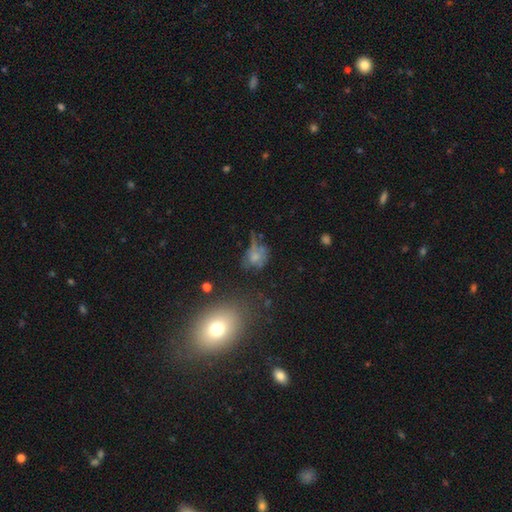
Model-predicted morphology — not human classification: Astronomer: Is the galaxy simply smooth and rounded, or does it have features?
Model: smooth — 57%.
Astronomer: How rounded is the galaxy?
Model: round — 53% (runner-up: in between, 44%).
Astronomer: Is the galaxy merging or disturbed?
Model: none — 36% (runner-up: major disturbance, 26%).